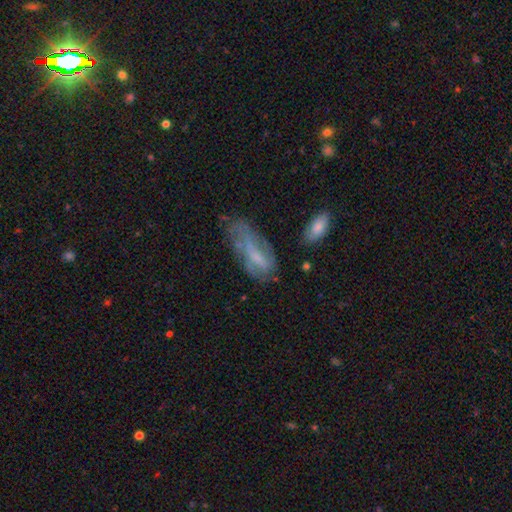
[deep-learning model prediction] smooth 46%, featured or disk 45%, star or artifact 9%. Down the decision tree: merging — none (35%).